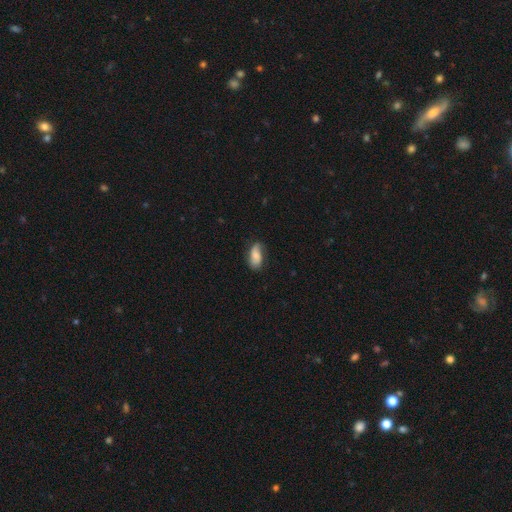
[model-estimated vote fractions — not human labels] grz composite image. It shows a smooth galaxy with no disk features (65%) that is in between round and cigar-shaped (89%). Merging: none (61%).